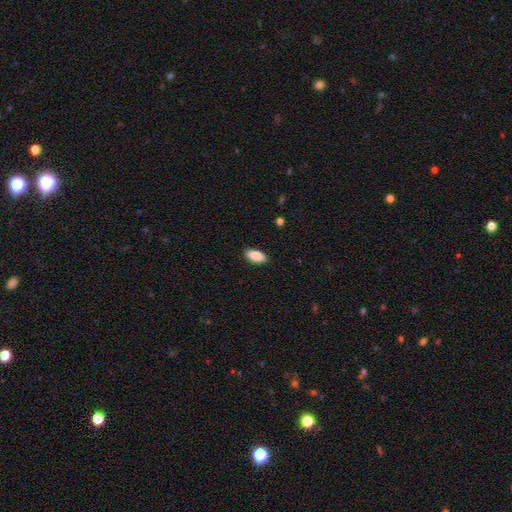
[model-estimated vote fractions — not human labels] Smooth or featured: smooth — 89% (star or artifact — 6%)
How rounded: in between — 89% (cigar-shaped — 9%)
Merging: none — 89% (minor disturbance — 8%)